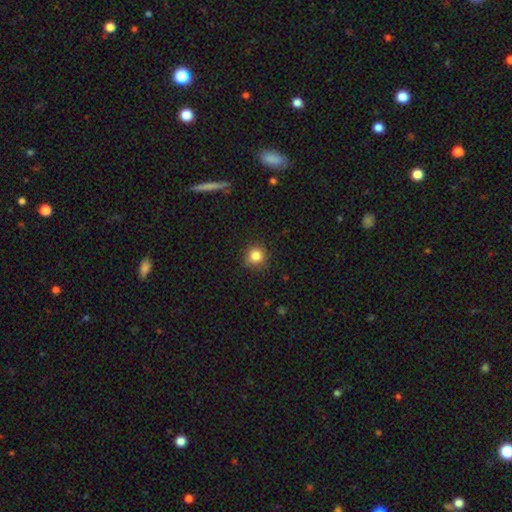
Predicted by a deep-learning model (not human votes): Morphology: type=smooth (84%); roundness=round (92%); merging=none (86%).